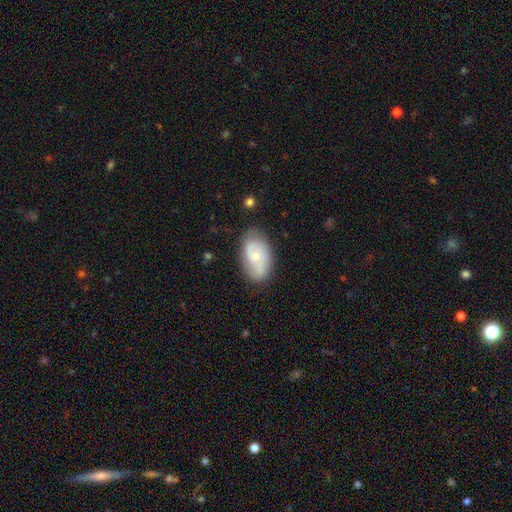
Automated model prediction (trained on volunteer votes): Overall: featured or disk (52%; smooth 42%). Edge-on disk: no (95%). Merging: none (72%).